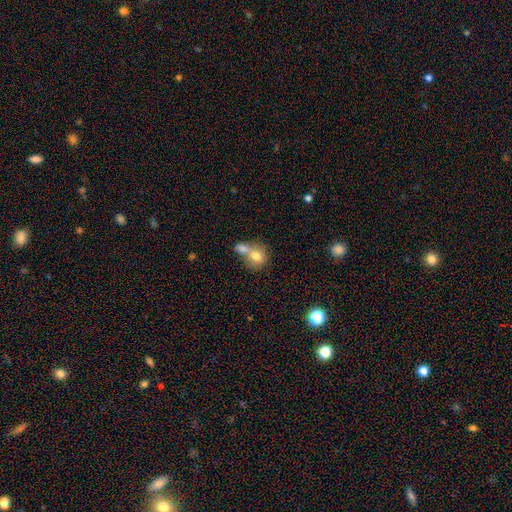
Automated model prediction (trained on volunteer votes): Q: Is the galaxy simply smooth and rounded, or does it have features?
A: smooth — 74%.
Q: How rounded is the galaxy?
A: round — 59%.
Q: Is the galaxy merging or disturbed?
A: merger — 63%.